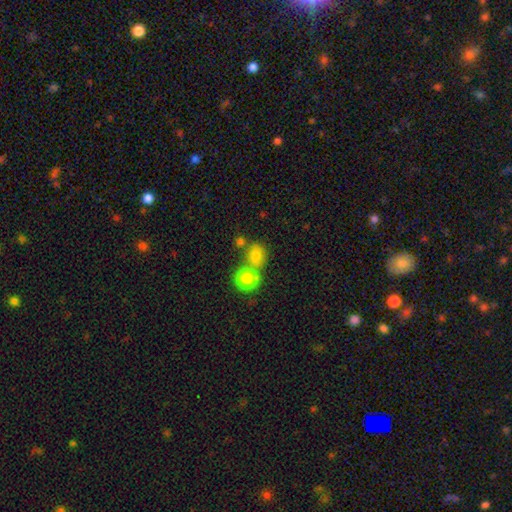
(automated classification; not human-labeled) This is clearly a smooth galaxy (80%). How rounded: likely round (64%). Merging: possibly none (50%).